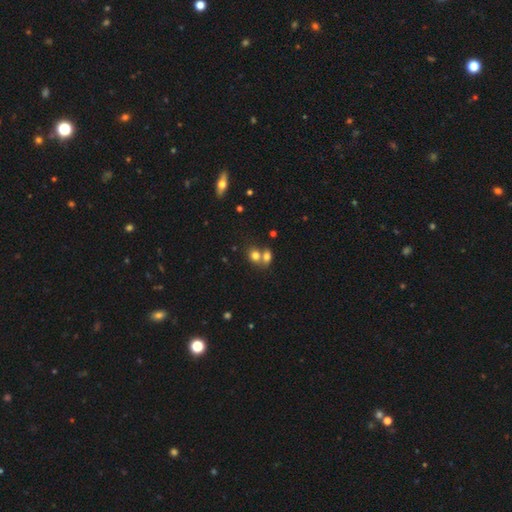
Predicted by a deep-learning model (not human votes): Smooth or featured: smooth — 77% (star or artifact — 12%)
How rounded: round — 51% (in between — 48%)
Merging: merger — 55% (none — 35%)